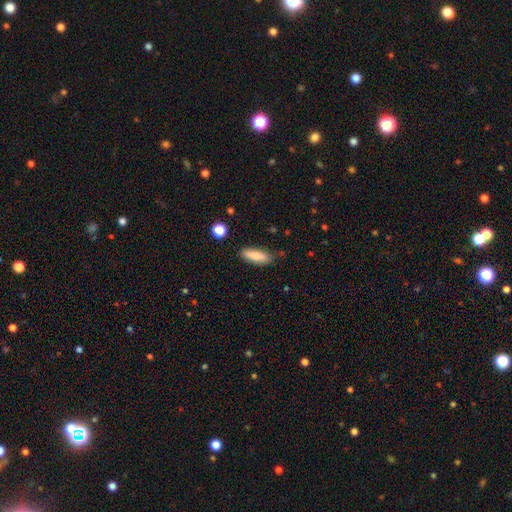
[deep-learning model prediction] Q: Smooth or featured?
A: smooth (82%); runner-up: featured or disk (12%)
Q: How rounded?
A: cigar-shaped (52%); runner-up: in between (46%)
Q: Merging?
A: none (82%); runner-up: minor disturbance (13%)